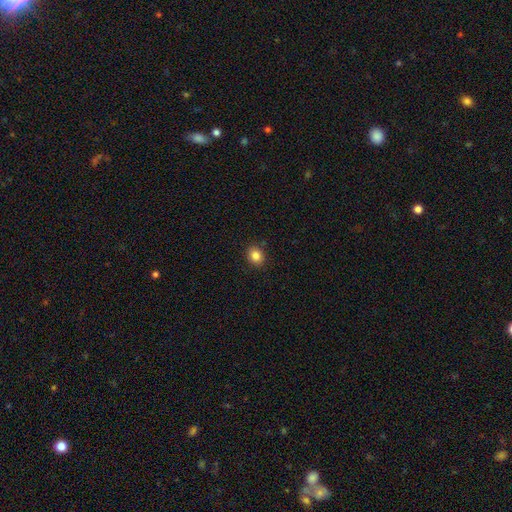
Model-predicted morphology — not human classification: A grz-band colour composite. It shows a smooth galaxy with no disk features (85%) that is round (62%). Merging: none (89%).